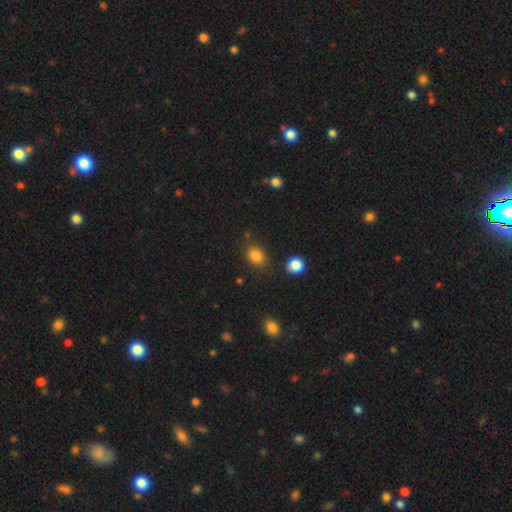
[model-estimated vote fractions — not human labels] Q: Smooth or featured?
A: smooth (83%); runner-up: star or artifact (12%)
Q: How rounded?
A: in between (55%); runner-up: round (44%)
Q: Merging?
A: none (79%); runner-up: minor disturbance (13%)